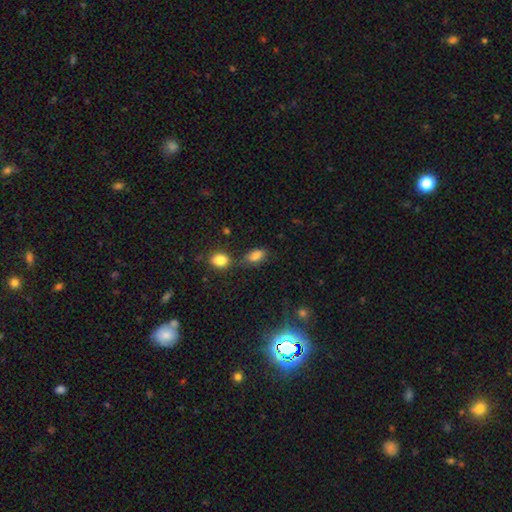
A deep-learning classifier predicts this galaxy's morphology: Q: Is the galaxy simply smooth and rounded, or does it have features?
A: smooth — 82%.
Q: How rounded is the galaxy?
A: in between — 89%.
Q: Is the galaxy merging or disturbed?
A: none — 59%.